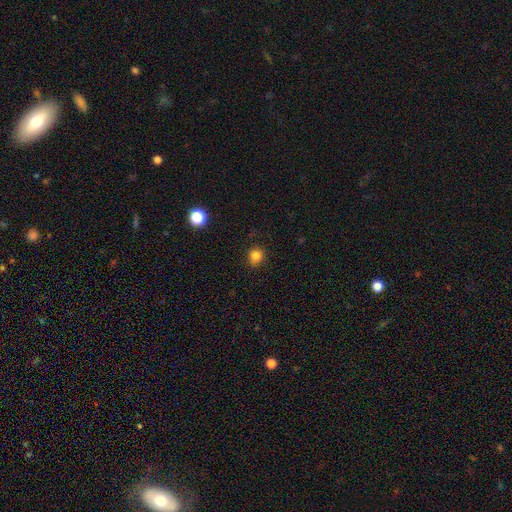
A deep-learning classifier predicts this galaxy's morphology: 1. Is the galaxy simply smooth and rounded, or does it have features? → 82% smooth, 13% star or artifact, 5% featured or disk.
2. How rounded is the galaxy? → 82% round, 17% in between, 1% cigar-shaped.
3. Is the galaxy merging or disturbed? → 81% none, 14% minor disturbance, 3% major disturbance, 1% merger.